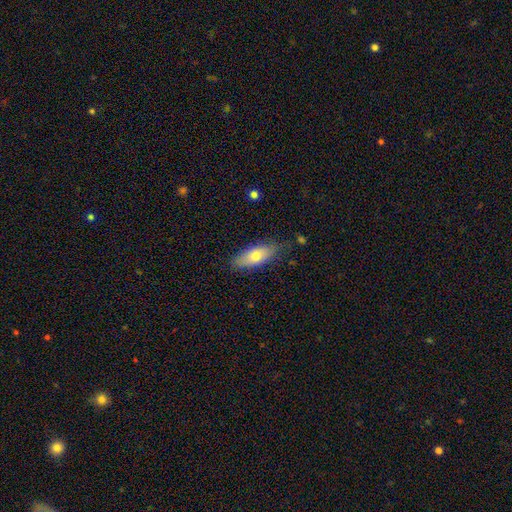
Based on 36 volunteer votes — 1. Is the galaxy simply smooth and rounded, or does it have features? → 69% smooth, 25% featured or disk, 6% star or artifact.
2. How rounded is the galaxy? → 56% in between, 44% cigar-shaped, 0% round.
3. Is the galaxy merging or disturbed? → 76% none, 24% minor disturbance, 0% major disturbance, 0% merger.